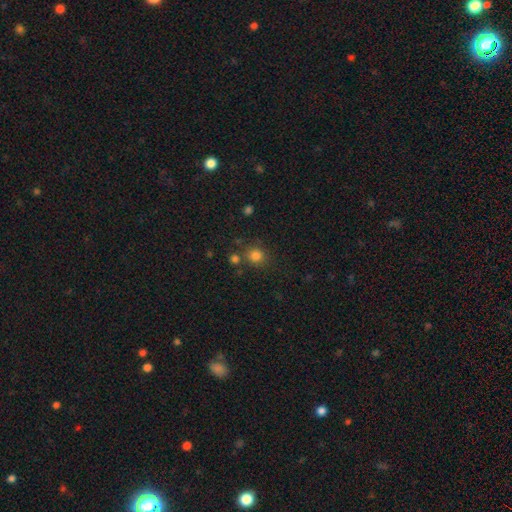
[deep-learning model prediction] Smooth or featured? smooth (81%)
How rounded? round (86%)
Merging? none (74%)